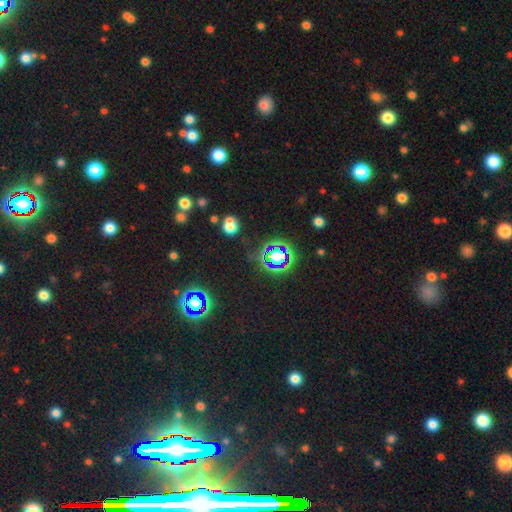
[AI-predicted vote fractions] A star or artifact, not a galaxy (79%).